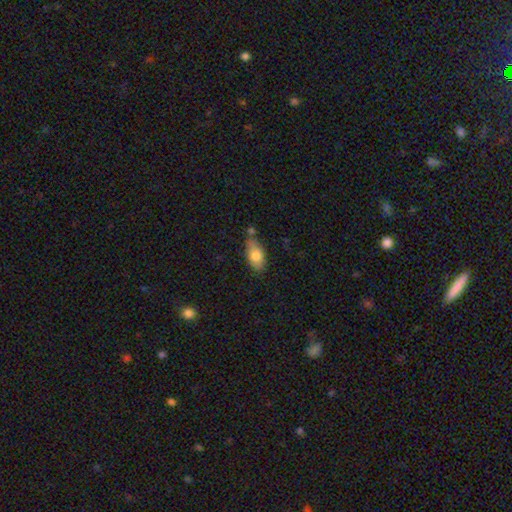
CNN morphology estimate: A smooth galaxy with no disk features (76%) that is in between round and cigar-shaped (89%).

Vote fractions:
- Smooth or featured? smooth: 76% / featured or disk: 16% / star or artifact: 7%
- How rounded? in between: 89% / round: 6% / cigar-shaped: 5%
- Merging? none: 63% / minor disturbance: 21% / merger: 11% / major disturbance: 4%